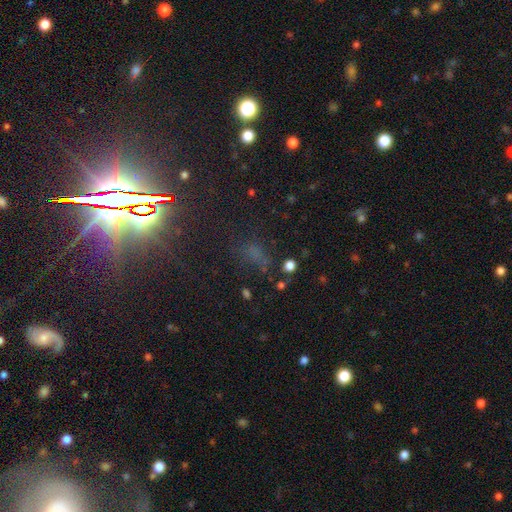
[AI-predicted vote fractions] Smooth or featured? star or artifact (69%)